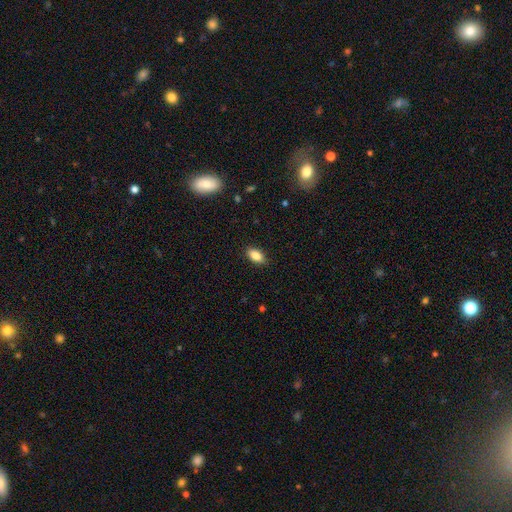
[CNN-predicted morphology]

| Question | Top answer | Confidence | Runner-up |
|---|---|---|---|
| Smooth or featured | smooth | 86% | star or artifact (8%) |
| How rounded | in between | 91% | round (5%) |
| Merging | none | 89% | minor disturbance (8%) |